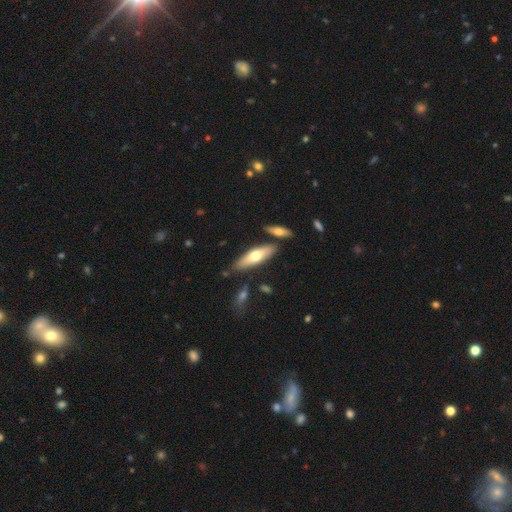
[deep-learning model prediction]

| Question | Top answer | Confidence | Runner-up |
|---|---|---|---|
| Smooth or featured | smooth | 60% | featured or disk (35%) |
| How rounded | cigar-shaped | 52% | in between (46%) |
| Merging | none | 77% | minor disturbance (12%) |